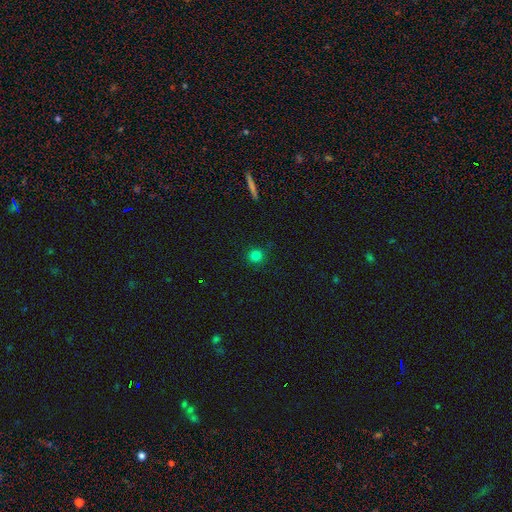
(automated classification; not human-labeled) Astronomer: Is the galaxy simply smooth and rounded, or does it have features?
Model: smooth — 81%.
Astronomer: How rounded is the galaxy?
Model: round — 93%.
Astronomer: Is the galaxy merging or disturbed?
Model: none — 89%.